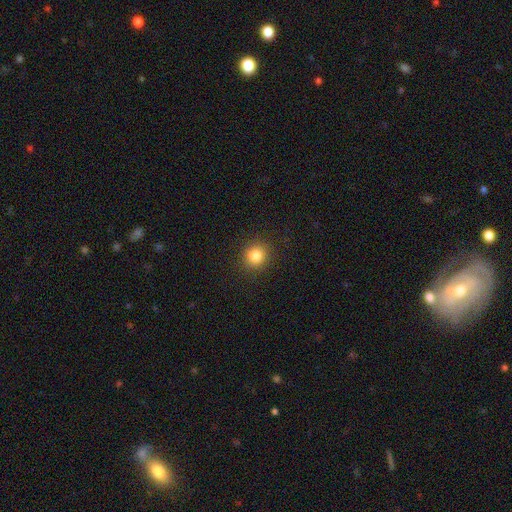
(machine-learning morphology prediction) Smooth or featured? smooth (84%)
How rounded? round (87%)
Merging? none (89%)